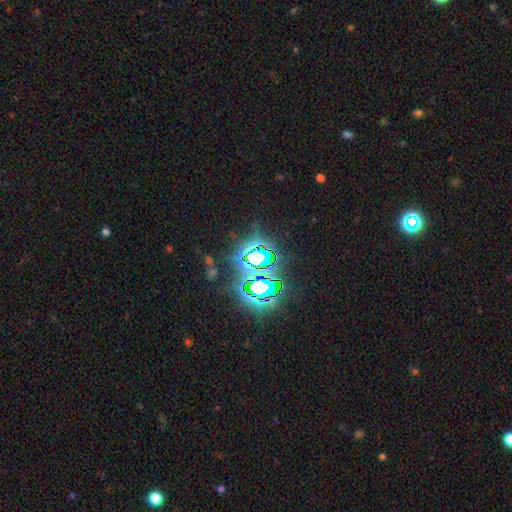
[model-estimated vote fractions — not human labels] Overall: star or artifact (79%).